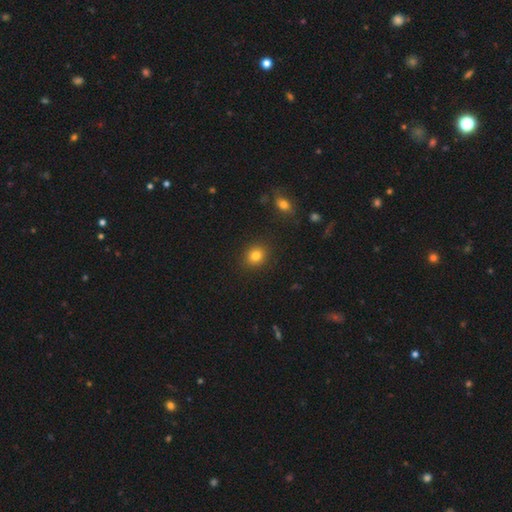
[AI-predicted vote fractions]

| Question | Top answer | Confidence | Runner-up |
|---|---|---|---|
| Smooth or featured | smooth | 82% | star or artifact (12%) |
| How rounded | round | 77% | in between (22%) |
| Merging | none | 90% | minor disturbance (7%) |